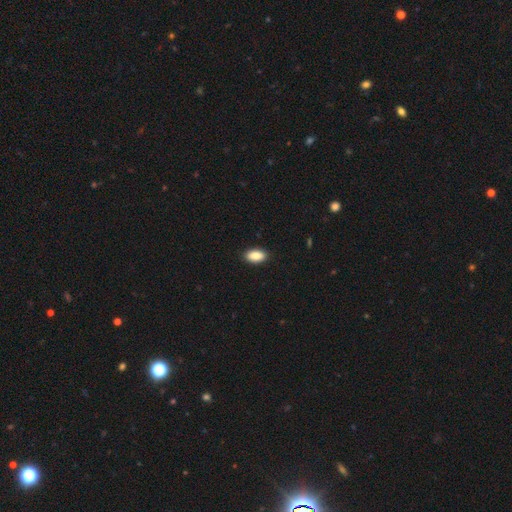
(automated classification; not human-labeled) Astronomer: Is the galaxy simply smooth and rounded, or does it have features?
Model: smooth — 88%.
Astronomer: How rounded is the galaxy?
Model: in between — 94%.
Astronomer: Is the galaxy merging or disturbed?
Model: none — 90%.